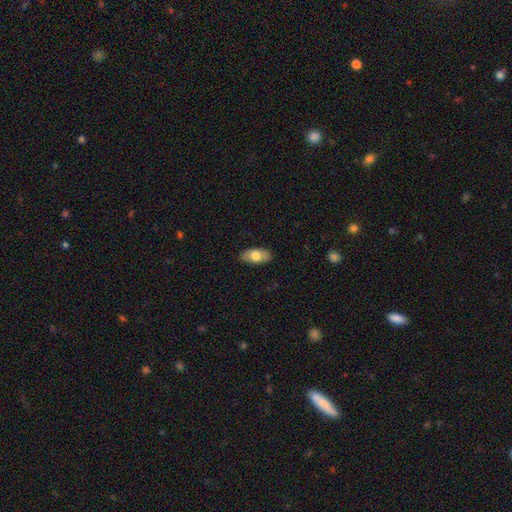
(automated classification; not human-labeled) Smooth or featured?
  - smooth: 72% *
  - featured or disk: 22%
  - star or artifact: 6%
How rounded?
  - in between: 92% *
  - cigar-shaped: 4%
  - round: 4%
Merging?
  - none: 86% *
  - minor disturbance: 11%
  - major disturbance: 2%
  - merger: 1%